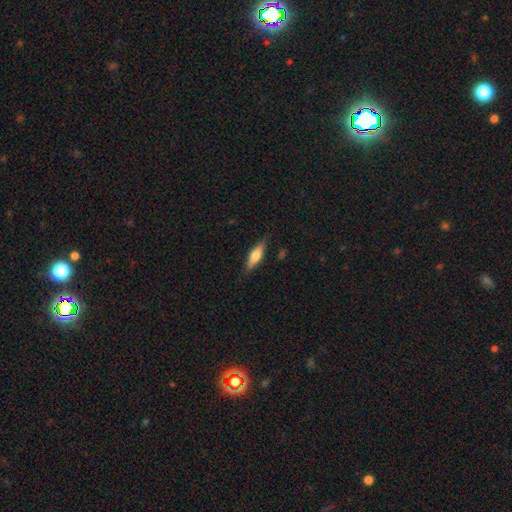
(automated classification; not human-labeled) Morphology: type=smooth (53%); roundness=cigar-shaped (57%); merging=none (83%).